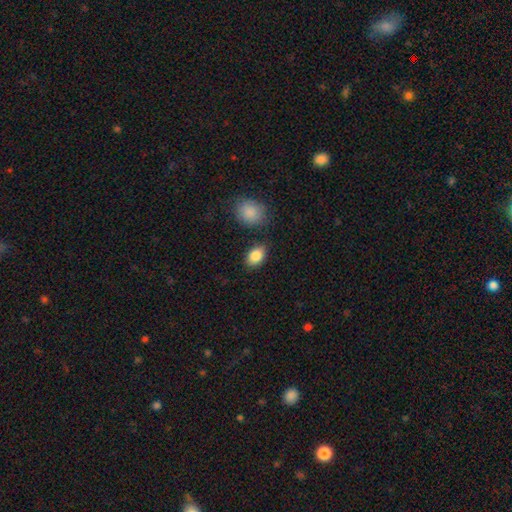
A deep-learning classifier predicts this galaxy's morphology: smooth_or_featured: smooth (p=0.87) [alt: star or artifact p=0.08]
how_rounded: in between (p=0.83) [alt: round p=0.16]
merging: none (p=0.81) [alt: minor disturbance p=0.11]